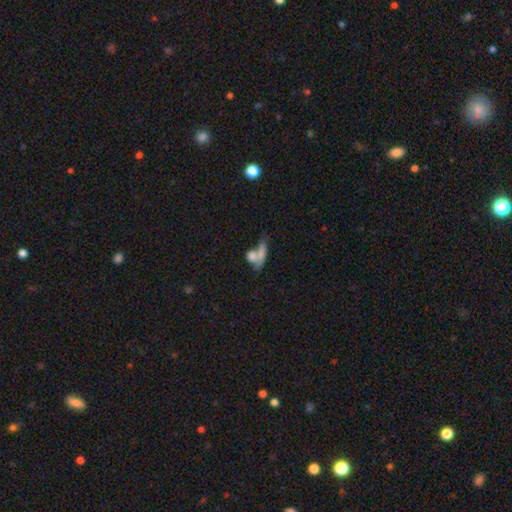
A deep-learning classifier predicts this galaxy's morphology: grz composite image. It shows a smooth galaxy with no disk features (71%) that is in between round and cigar-shaped (55%). Merging: merger (55%).